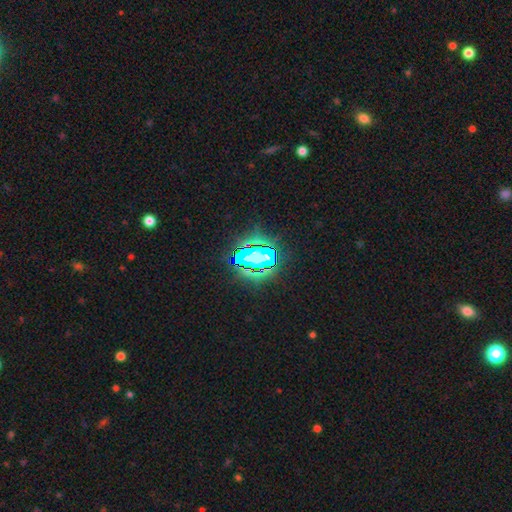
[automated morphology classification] A star or artifact, not a galaxy (66%).

Vote fractions:
- Smooth or featured? star or artifact: 66% / smooth: 19% / featured or disk: 15%